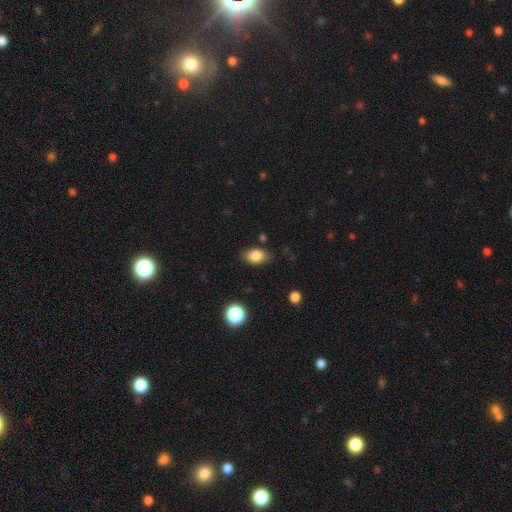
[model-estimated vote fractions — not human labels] This appears to be a smooth galaxy with no disk features (83%) that is in between round and cigar-shaped (85%). Merging: none (79%).